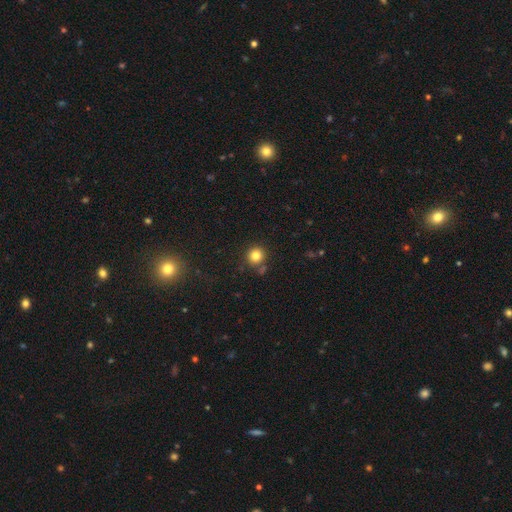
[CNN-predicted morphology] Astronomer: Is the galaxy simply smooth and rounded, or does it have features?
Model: smooth — 82%.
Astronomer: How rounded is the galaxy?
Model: round — 93%.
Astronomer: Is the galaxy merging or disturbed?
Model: none — 81%.